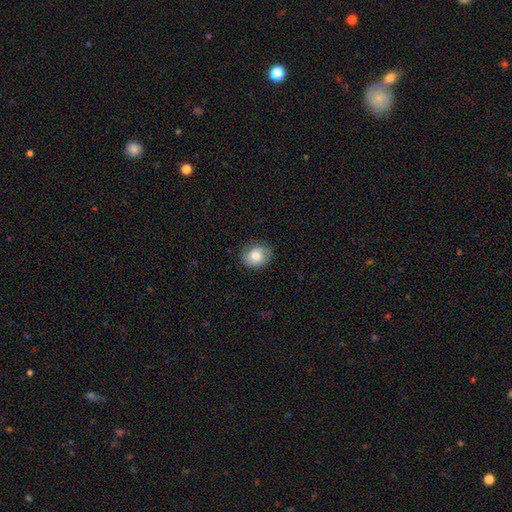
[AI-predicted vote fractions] smooth-or-featured: smooth: 77% | featured or disk: 15% | star or artifact: 8%
  how-rounded: round: 54% | in between: 45% | cigar-shaped: 1%
  merging: none: 79% | minor disturbance: 16% | major disturbance: 4% | merger: 1%